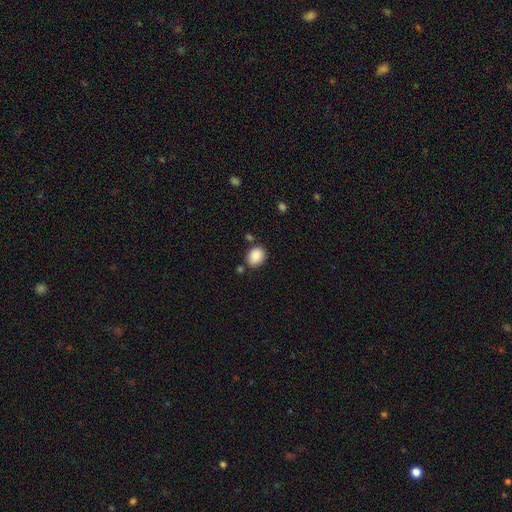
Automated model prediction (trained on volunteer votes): smooth 88%, star or artifact 8%, featured or disk 4%. Down the decision tree: how rounded — in between (56%); merging — none (78%).